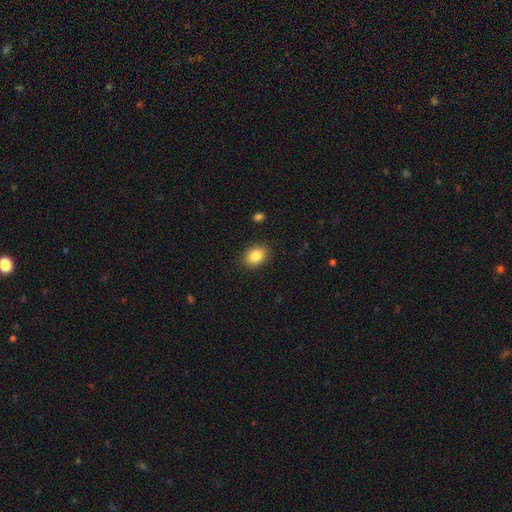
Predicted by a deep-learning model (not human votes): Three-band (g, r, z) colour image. It shows a smooth galaxy with no disk features (86%) that is in between round and cigar-shaped (71%). Merging: none (88%).